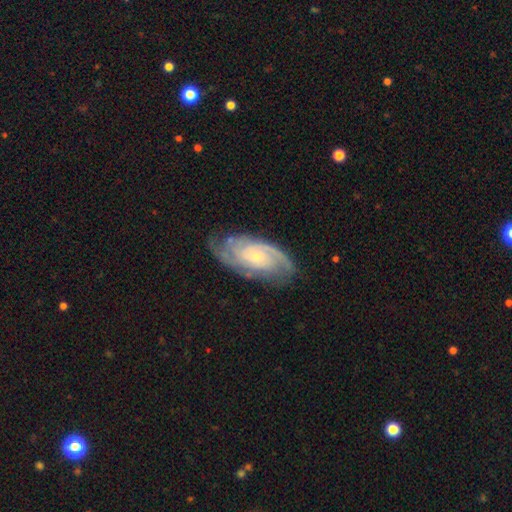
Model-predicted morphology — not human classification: Smooth or featured? featured or disk (85%)
Edge-on disk? no (95%)
Bar? no (70%)
Spiral arms? yes (96%)
Spiral winding? tight (59%)
Spiral arm count? 2 (49%)
Bulge size? small (73%)
Merging? none (74%)